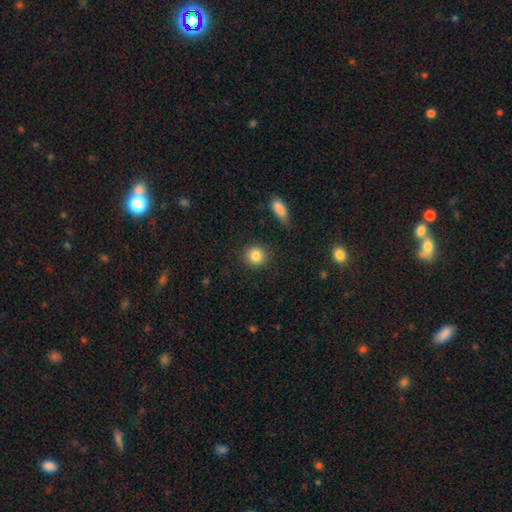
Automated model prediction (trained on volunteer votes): Smooth or featured? smooth (85%)
How rounded? round (88%)
Merging? none (87%)